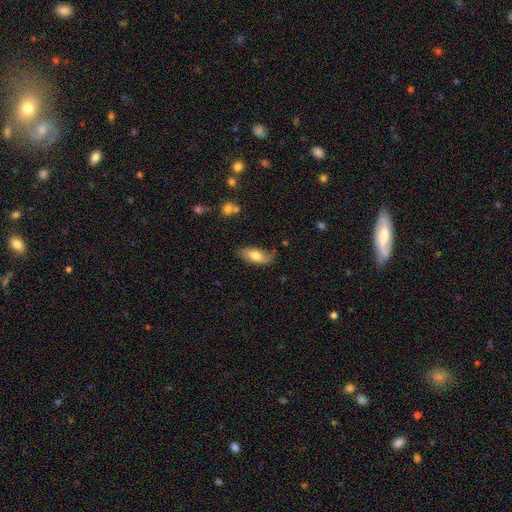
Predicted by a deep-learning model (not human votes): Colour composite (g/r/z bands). It shows a smooth galaxy with no disk features (70%) that is in between round and cigar-shaped (84%). Merging: none (75%).